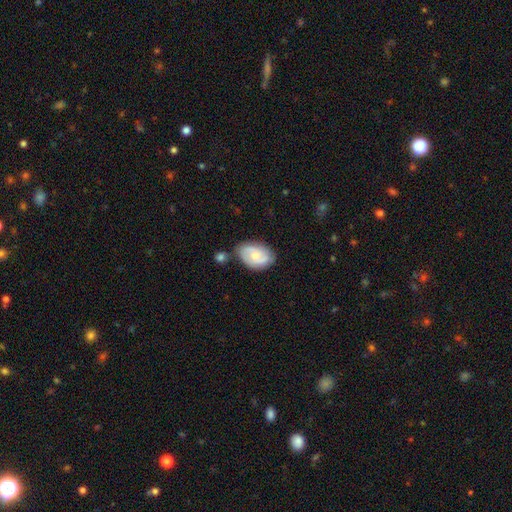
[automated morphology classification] smooth_or_featured: smooth (p=0.51) [alt: featured or disk p=0.42]
how_rounded: in between (p=0.85) [alt: round p=0.13]
merging: none (p=0.62) [alt: minor disturbance p=0.23]